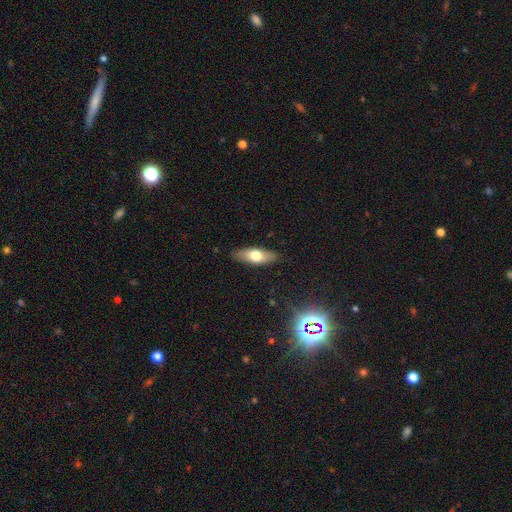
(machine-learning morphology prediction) smooth-or-featured: smooth: 64% | featured or disk: 30% | star or artifact: 7%
  how-rounded: in between: 65% | cigar-shaped: 32% | round: 3%
  merging: none: 87% | minor disturbance: 10% | major disturbance: 2% | merger: 1%